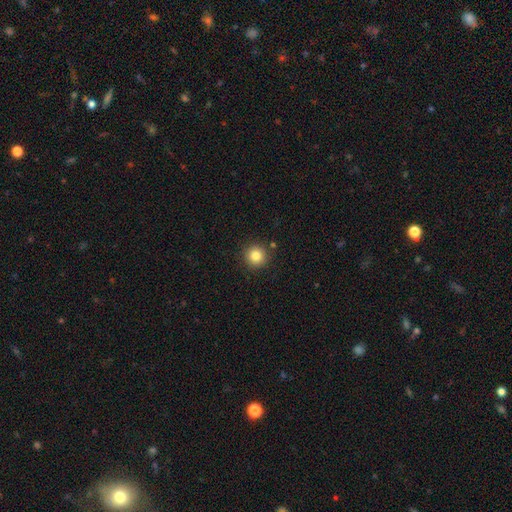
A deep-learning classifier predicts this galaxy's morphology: Smooth or featured? Predicted: smooth (p=0.83). How rounded? Predicted: round (p=0.95). Merging? Predicted: none (p=0.90).